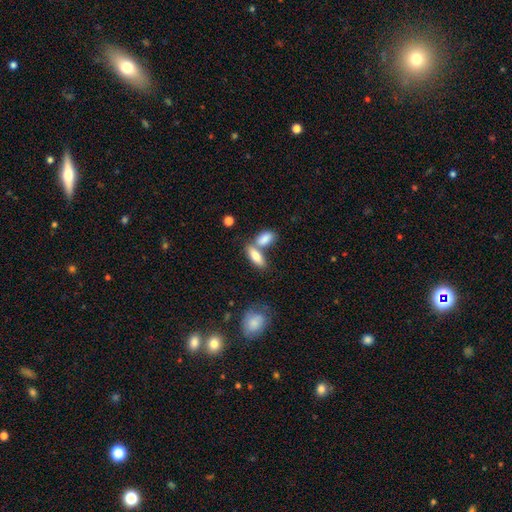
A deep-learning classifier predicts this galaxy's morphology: This appears to be a smooth galaxy with no disk features (80%) that is in between round and cigar-shaped (74%). Merging: none (44%).